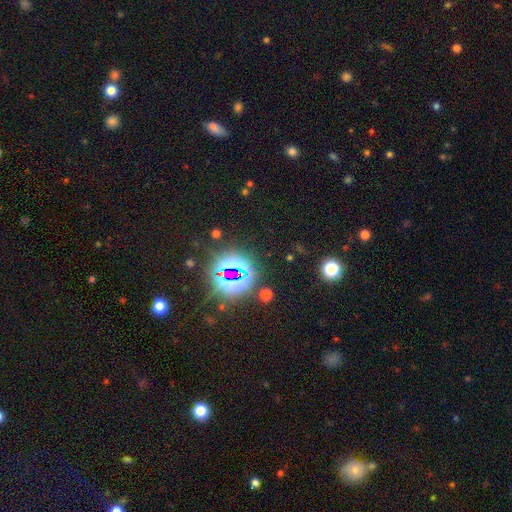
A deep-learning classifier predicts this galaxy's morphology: type=star or artifact (82%).